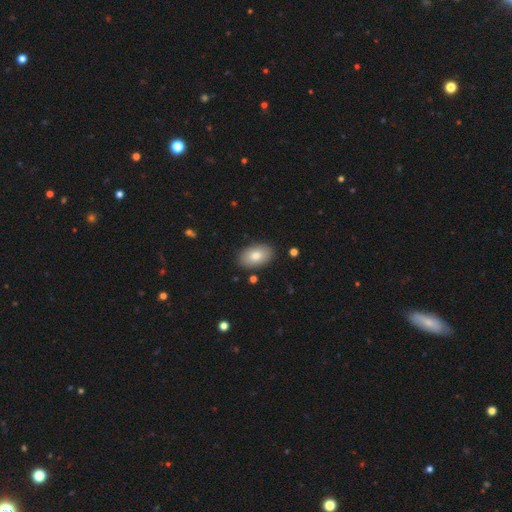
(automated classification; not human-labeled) smooth 80%, featured or disk 13%, star or artifact 7%. Down the decision tree: how rounded — in between (91%); merging — none (87%).